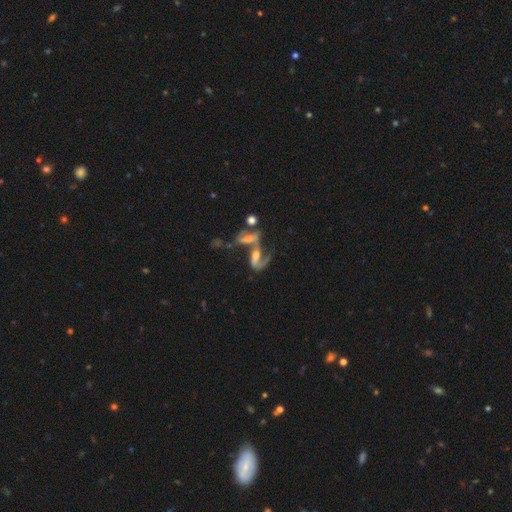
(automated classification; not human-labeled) Smooth or featured? featured or disk (74%)
Edge-on disk? no (89%)
Bar? no (38%)
Spiral arms? yes (83%)
Spiral winding? loose (65%)
Spiral arm count? 2 (63%)
Bulge size? moderate (41%)
Merging? merger (51%)